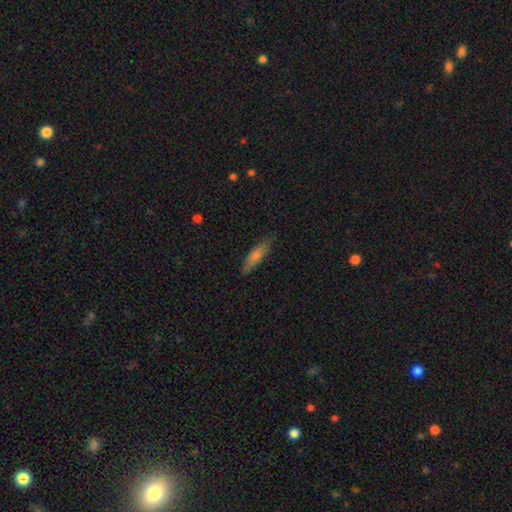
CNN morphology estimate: Smooth or featured?
  - smooth: 63% *
  - featured or disk: 30%
  - star or artifact: 7%
How rounded?
  - cigar-shaped: 72% *
  - in between: 25%
  - round: 2%
Merging?
  - none: 82% *
  - minor disturbance: 14%
  - major disturbance: 2%
  - merger: 1%